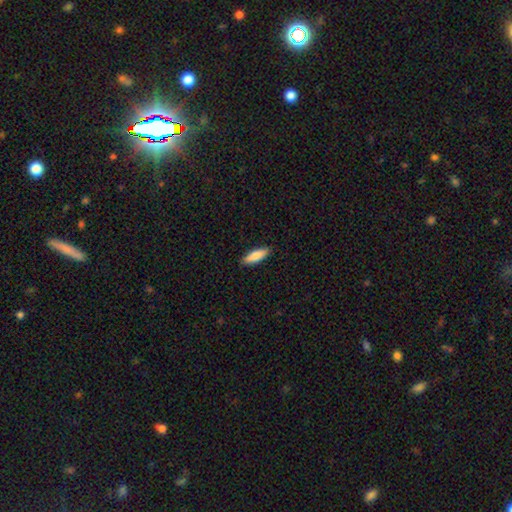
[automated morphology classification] Smooth or featured? Predicted: smooth (p=0.83). How rounded? Predicted: in between (p=0.51). Merging? Predicted: none (p=0.89).